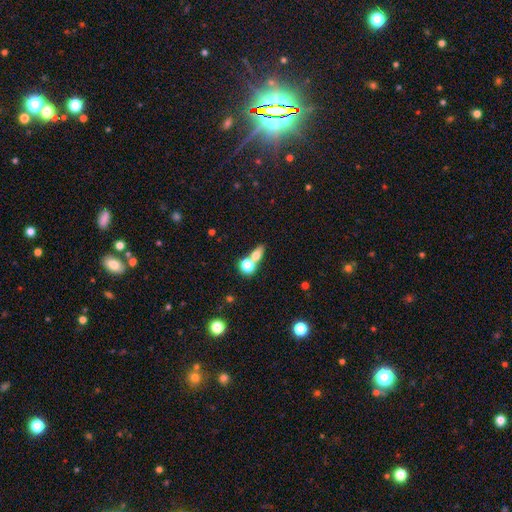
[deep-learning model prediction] Smooth or featured? Predicted: smooth (p=0.70). How rounded? Predicted: in between (p=0.51). Merging? Predicted: merger (p=0.46).